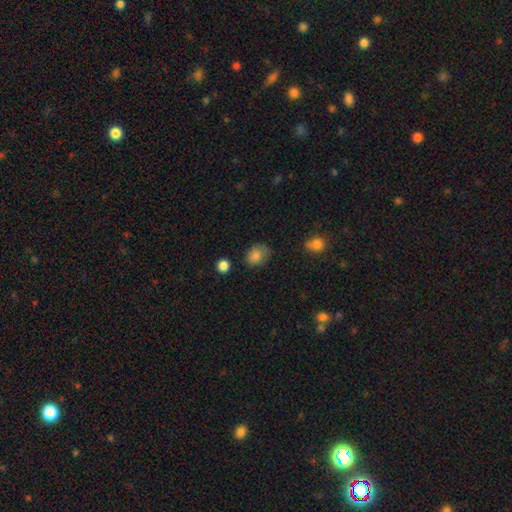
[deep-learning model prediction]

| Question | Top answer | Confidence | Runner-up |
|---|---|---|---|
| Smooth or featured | smooth | 84% | star or artifact (10%) |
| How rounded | in between | 54% | round (45%) |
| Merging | none | 65% | minor disturbance (26%) |